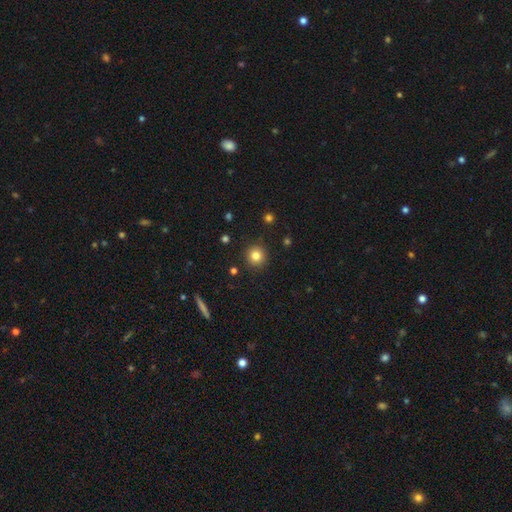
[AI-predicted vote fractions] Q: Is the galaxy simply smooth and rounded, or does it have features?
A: smooth — 82%.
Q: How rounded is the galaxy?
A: round — 94%.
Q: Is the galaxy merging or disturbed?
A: none — 90%.